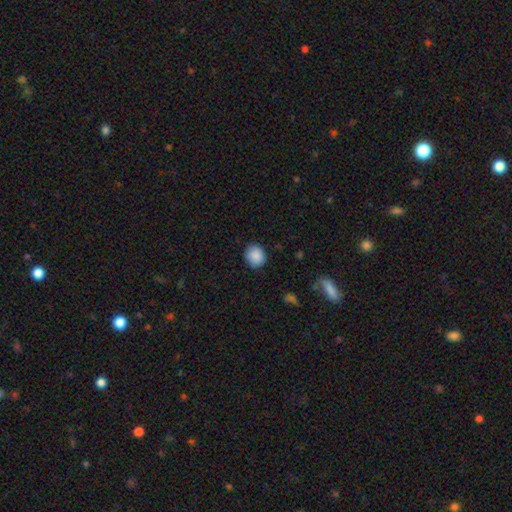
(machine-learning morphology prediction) smooth_or_featured: smooth (p=0.89) [alt: star or artifact p=0.08]
how_rounded: round (p=0.80) [alt: in between p=0.19]
merging: none (p=0.87) [alt: minor disturbance p=0.10]